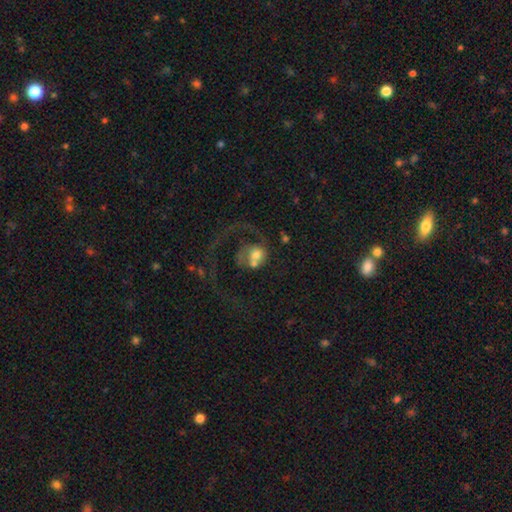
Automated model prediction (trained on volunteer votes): smooth-or-featured: featured or disk: 56% | smooth: 34% | star or artifact: 10%
  disk-edge-on: no: 97% | yes: 3%
    bar: no: 78% | weak: 18% | strong: 4%
    has-spiral-arms: yes: 72% | no: 28%
    bulge-size: moderate: 45% | large: 27% | small: 14% | dominant: 7% | none: 7%
  merging: major disturbance: 37% | merger: 30% | none: 23% | minor disturbance: 10%